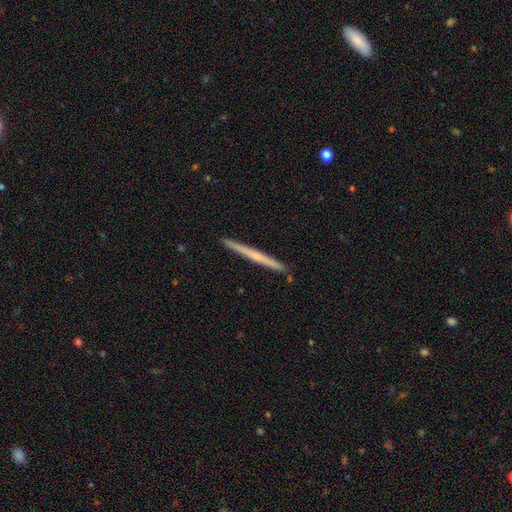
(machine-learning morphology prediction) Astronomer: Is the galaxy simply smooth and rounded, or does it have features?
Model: featured or disk — 57% (runner-up: smooth, 38%).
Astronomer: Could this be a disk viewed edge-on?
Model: yes — 98%.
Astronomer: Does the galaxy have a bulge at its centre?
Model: none — 66%.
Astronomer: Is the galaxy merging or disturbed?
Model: none — 93%.